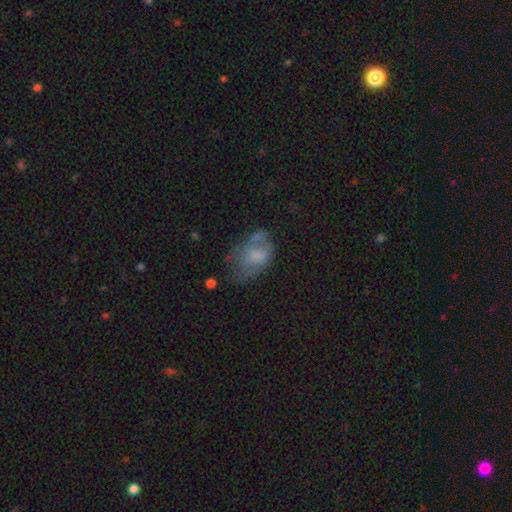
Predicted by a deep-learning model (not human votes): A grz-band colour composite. It shows a smooth galaxy with no disk features (56%) that is in between round and cigar-shaped (85%). Merging: none (34%).